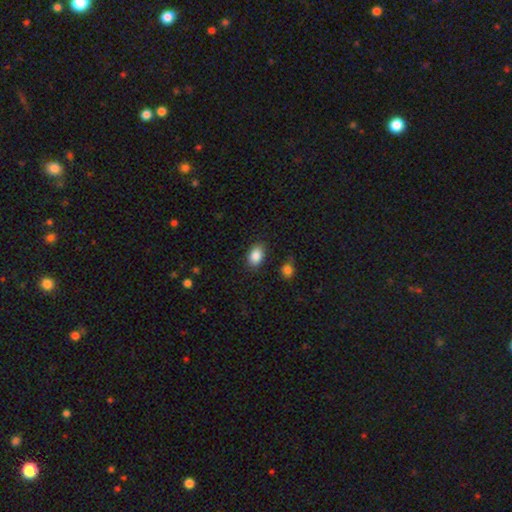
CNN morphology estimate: smooth_or_featured: smooth (p=0.87) [alt: star or artifact p=0.08]
how_rounded: in between (p=0.86) [alt: round p=0.13]
merging: none (p=0.84) [alt: minor disturbance p=0.11]